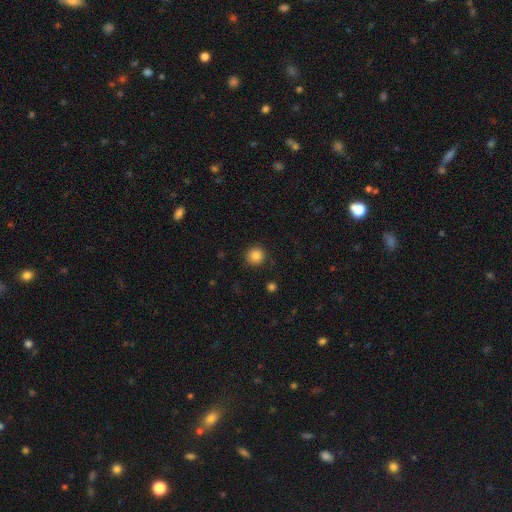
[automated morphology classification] Smooth or featured?
  - smooth: 85% *
  - star or artifact: 11%
  - featured or disk: 4%
How rounded?
  - round: 93% *
  - in between: 6%
  - cigar-shaped: 1%
Merging?
  - none: 90% *
  - minor disturbance: 6%
  - major disturbance: 2%
  - merger: 1%